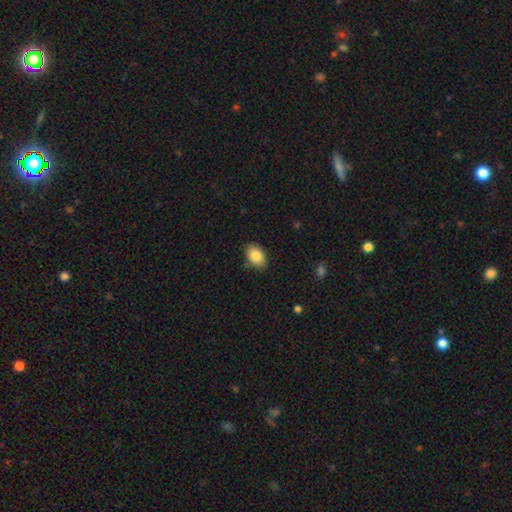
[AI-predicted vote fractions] Overall: smooth (85%). How rounded: in between (85%). Merging: none (85%).